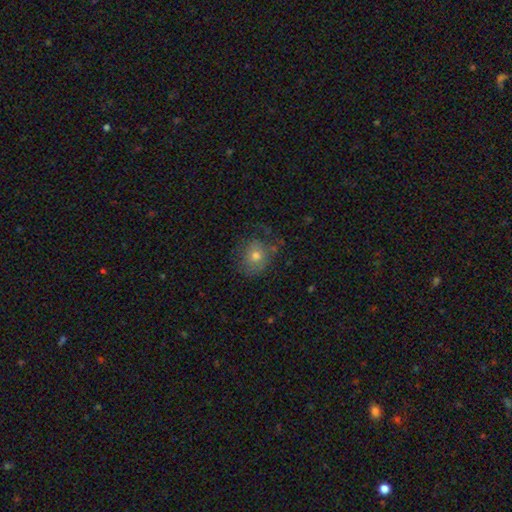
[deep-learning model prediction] Smooth or featured? smooth (70%)
How rounded? round (70%)
Merging? none (65%)